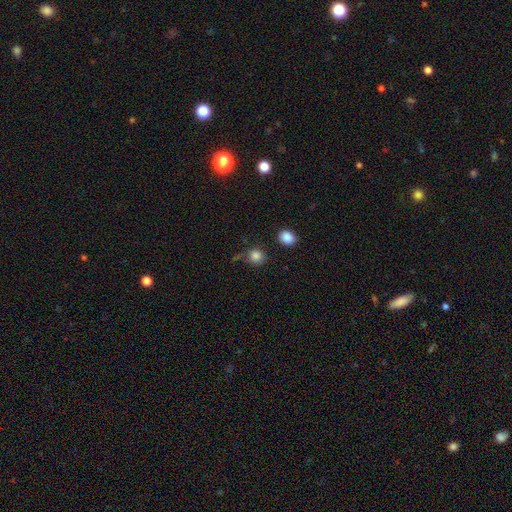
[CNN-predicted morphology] Smooth or featured? Predicted: smooth (p=0.84). How rounded? Predicted: round (p=0.87). Merging? Predicted: none (p=0.76).